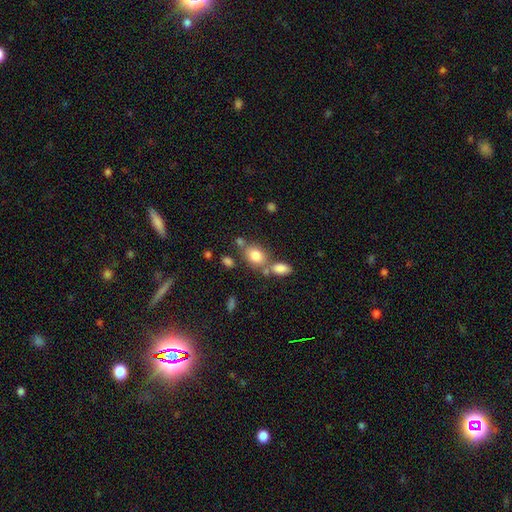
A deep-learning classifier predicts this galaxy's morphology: Smooth or featured? Predicted: smooth (p=0.80). How rounded? Predicted: in between (p=0.66). Merging? Predicted: none (p=0.53).